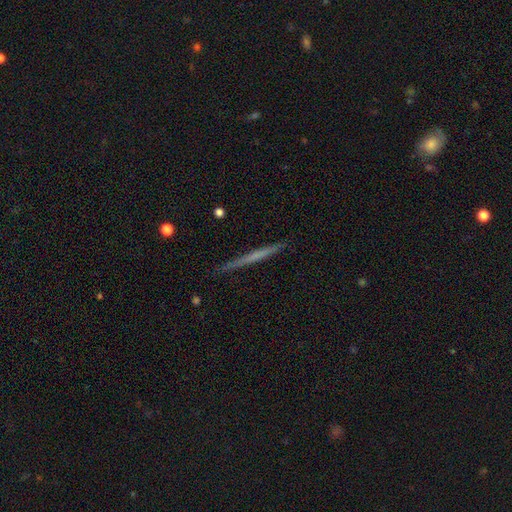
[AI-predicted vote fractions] Q: Smooth or featured?
A: featured or disk (55%); runner-up: smooth (39%)
Q: Edge-on disk?
A: yes (98%); runner-up: no (2%)
Q: Edge-on bulge?
A: none (87%); runner-up: rounded (8%)
Q: Merging?
A: none (90%); runner-up: minor disturbance (7%)